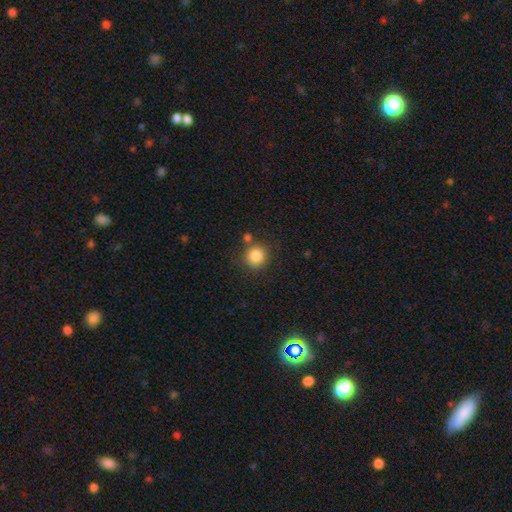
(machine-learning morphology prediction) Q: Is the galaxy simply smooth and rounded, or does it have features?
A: smooth — 85%.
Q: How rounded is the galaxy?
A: round — 92%.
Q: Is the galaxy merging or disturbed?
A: none — 78%.